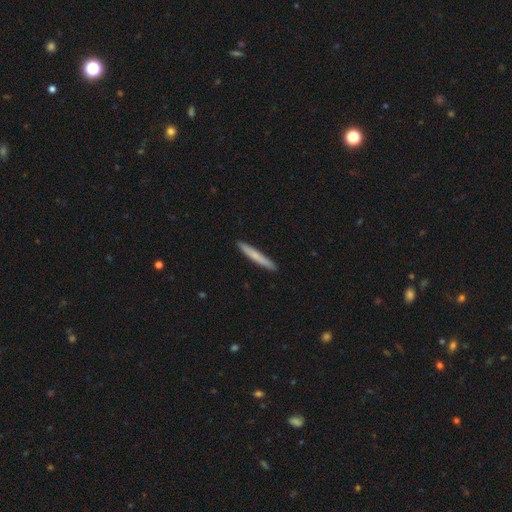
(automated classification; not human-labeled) A smooth galaxy with no disk features (69%) that is cigar-shaped (96%).

Vote fractions:
- Smooth or featured? smooth: 69% / featured or disk: 26% / star or artifact: 6%
- How rounded? cigar-shaped: 96% / in between: 3% / round: 1%
- Merging? none: 91% / minor disturbance: 6% / major disturbance: 1% / merger: 1%